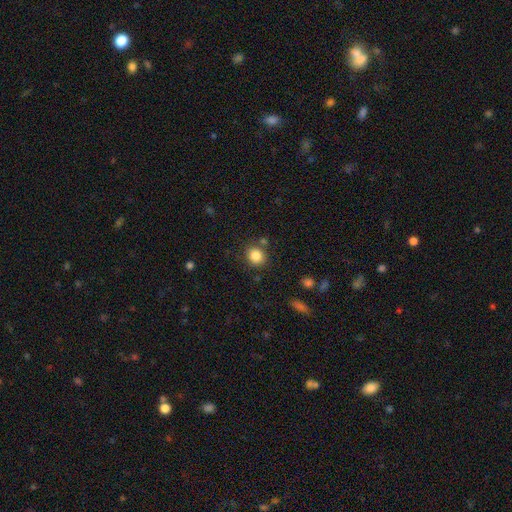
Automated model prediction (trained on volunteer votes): Smooth or featured: smooth — 85% (star or artifact — 10%)
How rounded: round — 82% (in between — 17%)
Merging: none — 80% (minor disturbance — 10%)